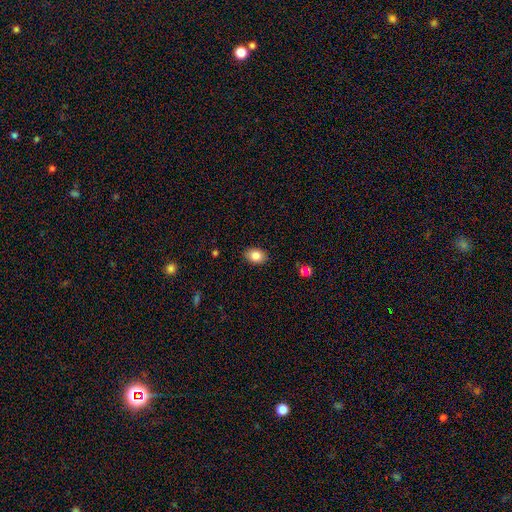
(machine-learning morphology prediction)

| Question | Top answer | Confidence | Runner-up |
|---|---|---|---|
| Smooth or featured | smooth | 84% | star or artifact (8%) |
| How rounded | in between | 76% | round (23%) |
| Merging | none | 88% | minor disturbance (9%) |